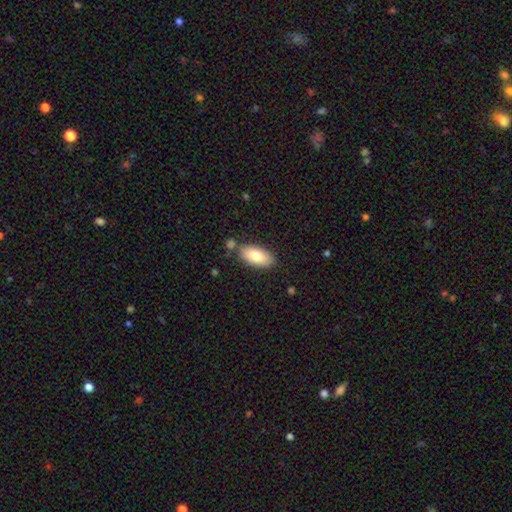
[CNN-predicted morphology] This appears to be a smooth galaxy with no disk features (81%) that is in between round and cigar-shaped (91%). Merging: none (76%).